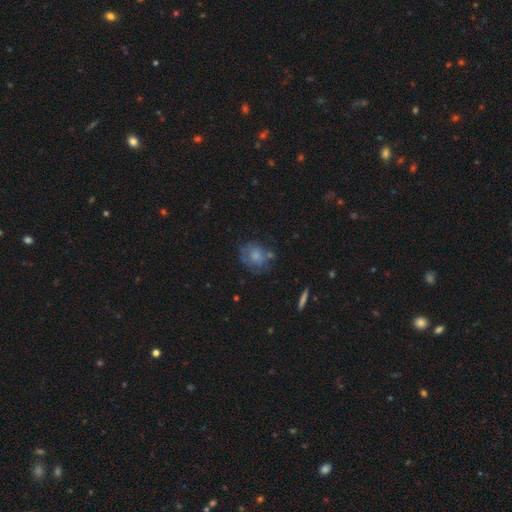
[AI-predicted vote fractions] Q: Smooth or featured?
A: smooth (56%); runner-up: featured or disk (35%)
Q: How rounded?
A: round (59%); runner-up: in between (40%)
Q: Merging?
A: none (53%); runner-up: minor disturbance (25%)